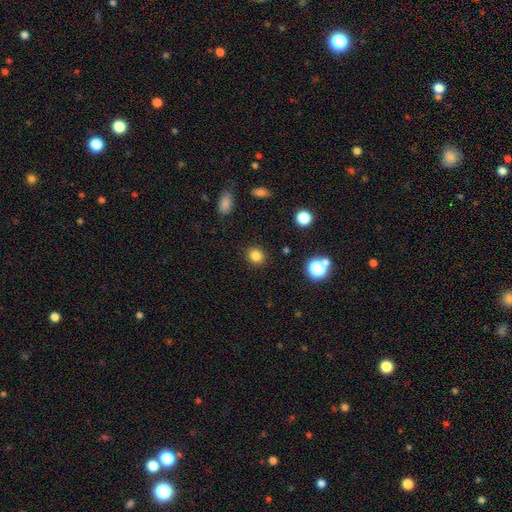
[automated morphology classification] Smooth or featured: smooth — 82% (star or artifact — 13%)
How rounded: round — 78% (in between — 22%)
Merging: none — 89% (minor disturbance — 7%)